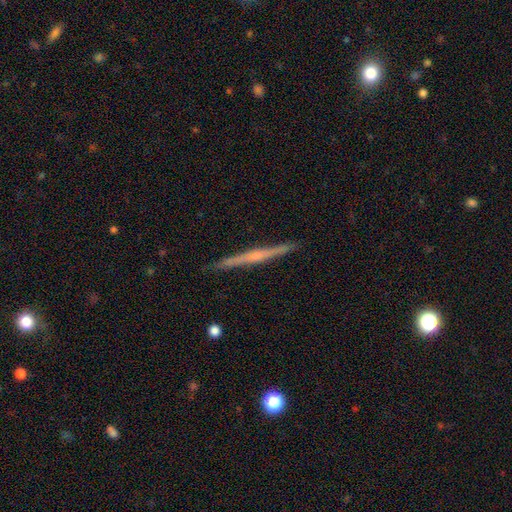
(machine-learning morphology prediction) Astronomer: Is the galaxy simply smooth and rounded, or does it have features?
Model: featured or disk — 70%.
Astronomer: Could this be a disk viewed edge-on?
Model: yes — 98%.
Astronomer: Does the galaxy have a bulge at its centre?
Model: rounded — 51% (runner-up: none, 41%).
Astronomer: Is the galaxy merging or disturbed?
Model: none — 92%.